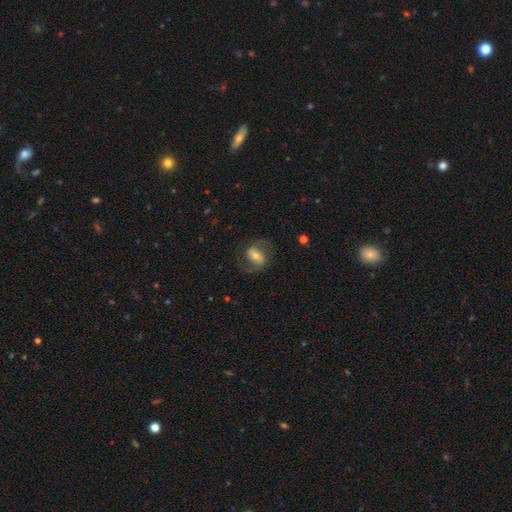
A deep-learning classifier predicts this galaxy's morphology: Q: Smooth or featured?
A: featured or disk (73%); runner-up: smooth (20%)
Q: Edge-on disk?
A: no (96%); runner-up: yes (4%)
Q: Bar?
A: strong (40%); runner-up: weak (38%)
Q: Spiral arms?
A: yes (90%); runner-up: no (10%)
Q: Spiral winding?
A: medium (53%); runner-up: loose (30%)
Q: Spiral arm count?
A: 2 (90%); runner-up: can't tell (5%)
Q: Bulge size?
A: moderate (53%); runner-up: small (36%)
Q: Merging?
A: none (73%); runner-up: minor disturbance (14%)